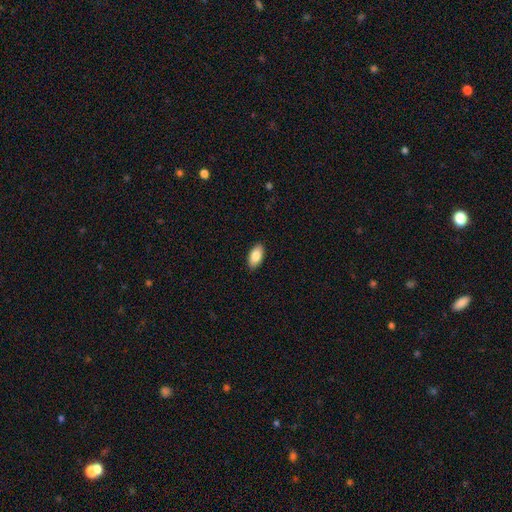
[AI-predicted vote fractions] This appears to be a smooth galaxy with no disk features (85%) that is in between round and cigar-shaped (94%). Merging: none (89%).